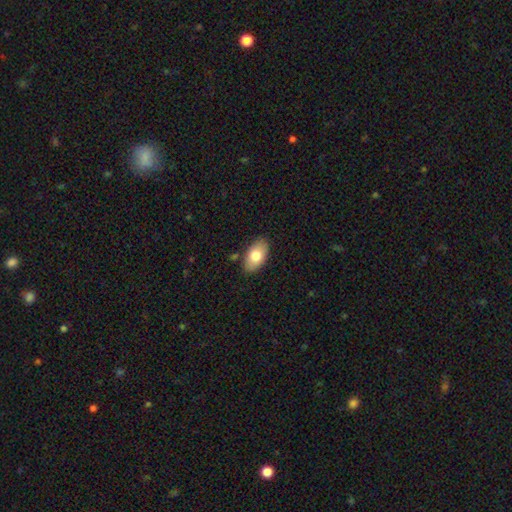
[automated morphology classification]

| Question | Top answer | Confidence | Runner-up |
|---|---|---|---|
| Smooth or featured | smooth | 77% | featured or disk (16%) |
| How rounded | in between | 94% | round (5%) |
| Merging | none | 85% | minor disturbance (11%) |